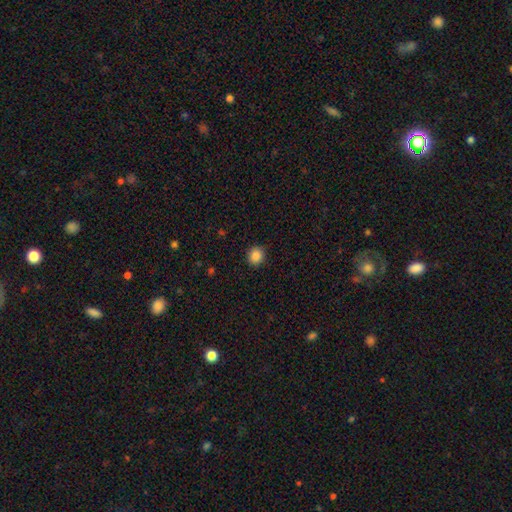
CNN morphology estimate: A smooth galaxy with no disk features (86%) that is round (87%). Merging: none (91%).